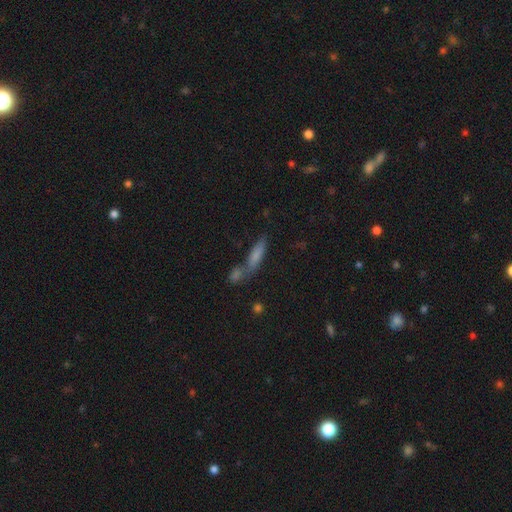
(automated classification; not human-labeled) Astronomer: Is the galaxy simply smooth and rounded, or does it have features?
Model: smooth — 71%.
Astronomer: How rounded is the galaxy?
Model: cigar-shaped — 66%.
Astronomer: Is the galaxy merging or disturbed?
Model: merger — 42%, tied with none at 42%.